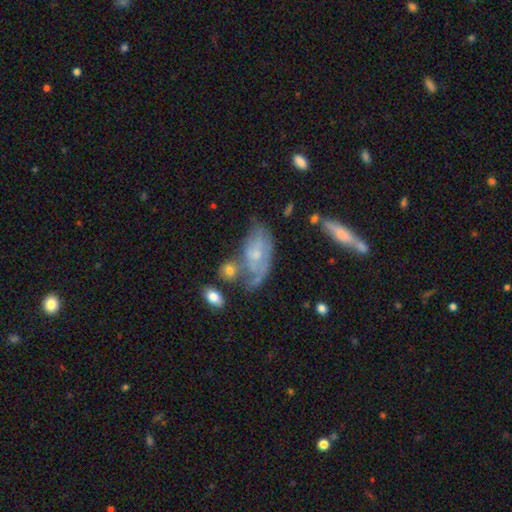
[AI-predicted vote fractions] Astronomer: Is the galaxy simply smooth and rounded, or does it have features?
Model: featured or disk — 61%.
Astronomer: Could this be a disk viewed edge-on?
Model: no — 89%.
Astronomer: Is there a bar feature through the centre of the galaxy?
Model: no — 75%.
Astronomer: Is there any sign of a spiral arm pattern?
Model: yes — 69%.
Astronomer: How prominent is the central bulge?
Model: small — 63%.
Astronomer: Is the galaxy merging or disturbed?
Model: none — 40% (runner-up: minor disturbance, 27%).